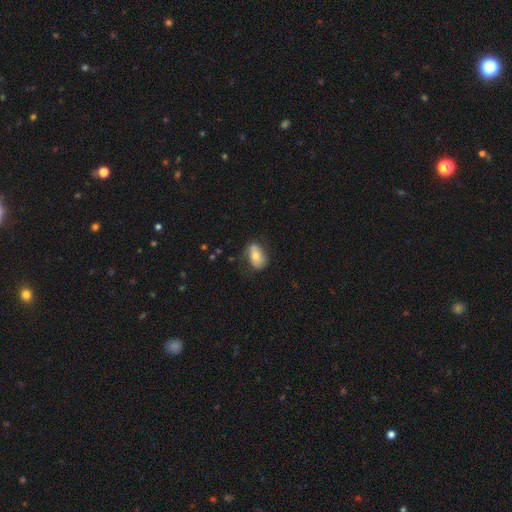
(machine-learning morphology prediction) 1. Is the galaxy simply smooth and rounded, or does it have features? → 63% smooth, 29% featured or disk, 8% star or artifact.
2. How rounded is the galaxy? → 88% in between, 10% round, 3% cigar-shaped.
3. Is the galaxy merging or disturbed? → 64% none, 25% minor disturbance, 8% major disturbance, 3% merger.